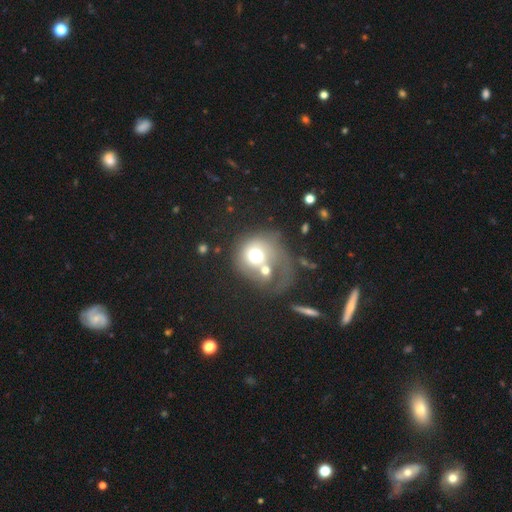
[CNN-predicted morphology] smooth_or_featured: smooth (p=0.53) [alt: featured or disk p=0.35]
how_rounded: round (p=0.76) [alt: in between p=0.23]
merging: merger (p=0.49) [alt: major disturbance p=0.25]